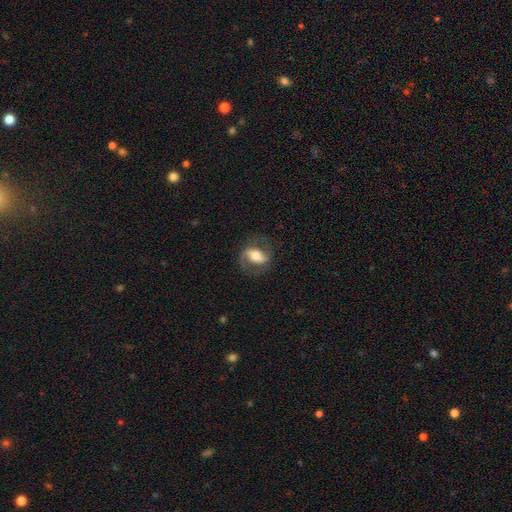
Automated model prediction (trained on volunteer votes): This appears to be a featured or disk galaxy (72%) with a strong bar (43%), 2 (87%) medium (50%) spiral arms (88%) and a moderate central bulge (56%). Merging: none (73%).